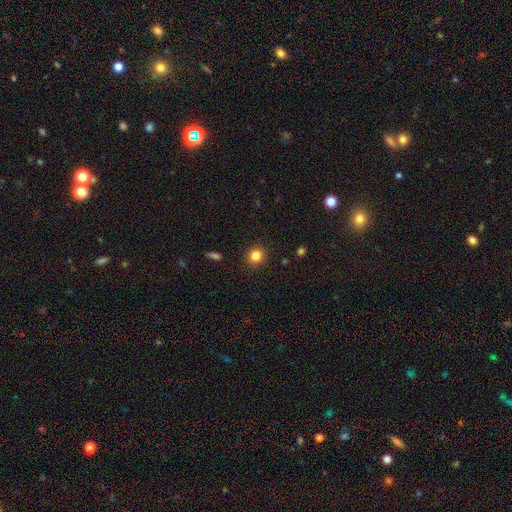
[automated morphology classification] The model was most divided on "how rounded": round: 80%, in between: 19%, cigar-shaped: 1%. More confident: merging — none (90%); smooth or featured — smooth (83%).